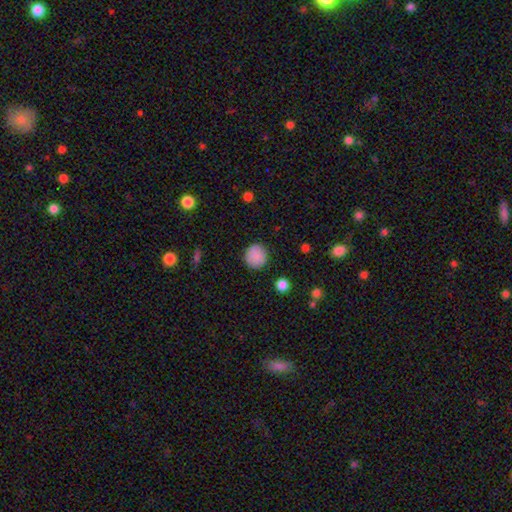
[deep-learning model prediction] A smooth galaxy with no disk features (87%) that is round (93%). Merging: none (89%).